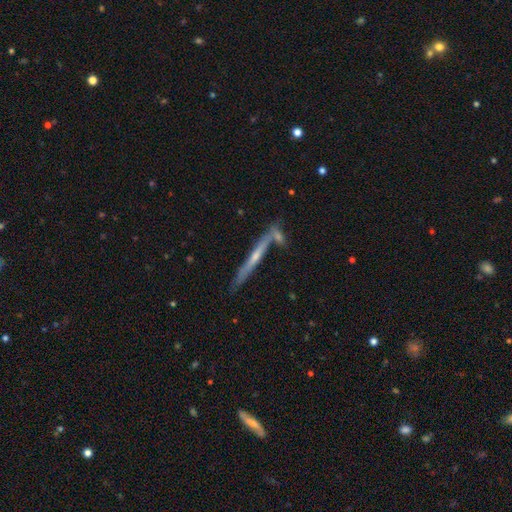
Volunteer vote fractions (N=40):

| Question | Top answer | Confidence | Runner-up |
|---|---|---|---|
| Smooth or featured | featured or disk | 80% | smooth (10%) |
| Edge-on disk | yes | 97% | no (3%) |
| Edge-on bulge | none | 52% | rounded (45%) |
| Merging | none | 83% | merger (11%) |